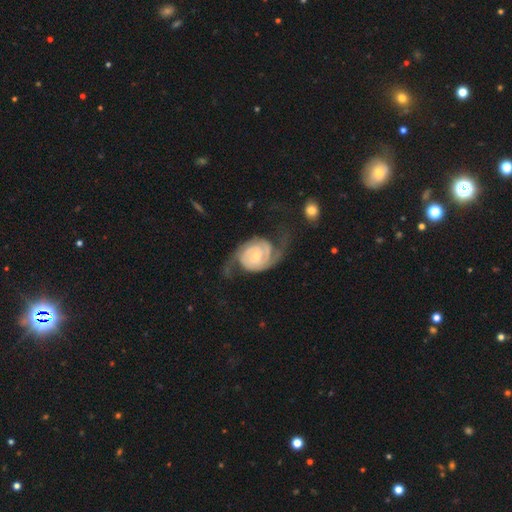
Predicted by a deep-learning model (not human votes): smooth_or_featured: featured or disk (p=0.88) [alt: smooth p=0.07]
disk_edge_on: no (p=0.97) [alt: yes p=0.03]
bar: no (p=0.54) [alt: weak p=0.36]
has_spiral_arms: yes (p=0.97) [alt: no p=0.03]
spiral_winding: tight (p=0.42) [alt: medium p=0.39]
spiral_arm_count: 2 (p=0.85) [alt: can't tell p=0.05]
bulge_size: small (p=0.58) [alt: moderate p=0.32]
merging: none (p=0.57) [alt: major disturbance p=0.22]